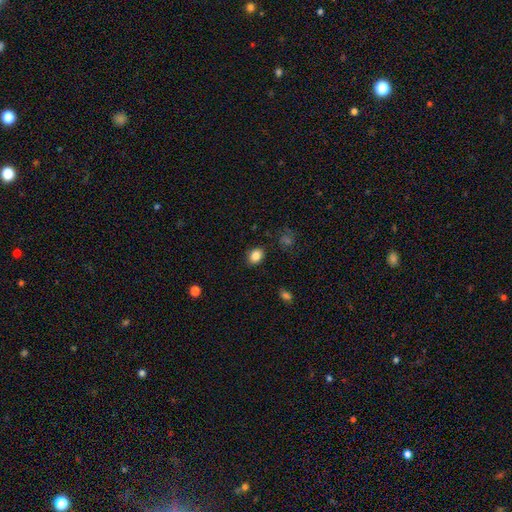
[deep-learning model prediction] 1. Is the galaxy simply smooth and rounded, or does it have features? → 85% smooth, 9% star or artifact, 6% featured or disk.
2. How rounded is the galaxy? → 61% in between, 38% round, 1% cigar-shaped.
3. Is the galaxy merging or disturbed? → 87% none, 9% minor disturbance, 2% major disturbance, 1% merger.